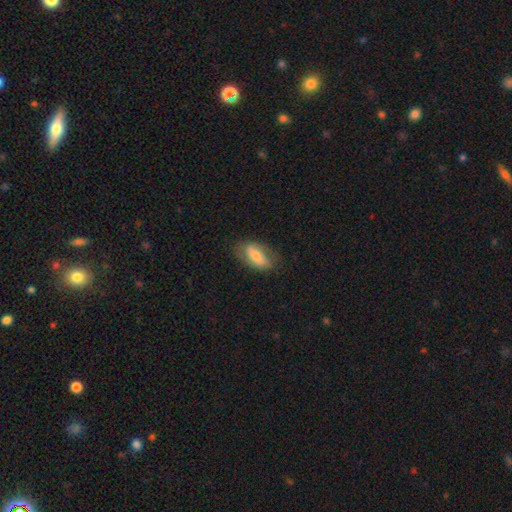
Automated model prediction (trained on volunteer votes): A smooth galaxy with no disk features (59%) that is in between round and cigar-shaped (85%).

Vote fractions:
- Smooth or featured? smooth: 59% / featured or disk: 34% / star or artifact: 7%
- How rounded? in between: 85% / cigar-shaped: 11% / round: 4%
- Merging? none: 73% / minor disturbance: 20% / major disturbance: 7% / merger: 1%